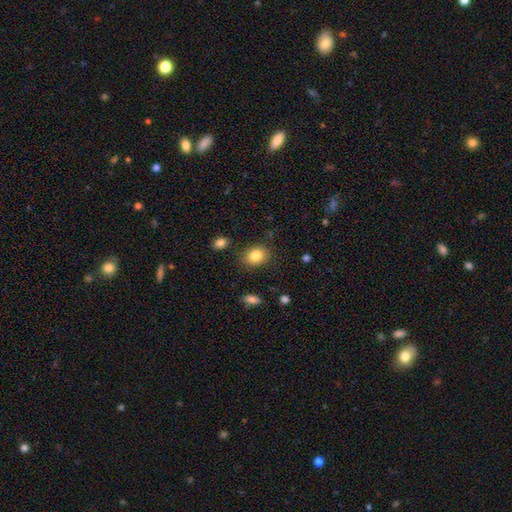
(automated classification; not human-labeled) Smooth or featured?
  - smooth: 84% *
  - star or artifact: 9%
  - featured or disk: 7%
How rounded?
  - in between: 59% *
  - round: 40%
  - cigar-shaped: 1%
Merging?
  - none: 84% *
  - minor disturbance: 11%
  - major disturbance: 3%
  - merger: 2%